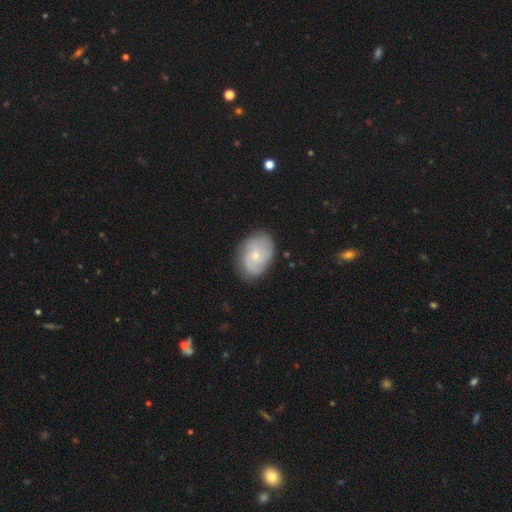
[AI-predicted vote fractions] smooth-or-featured: featured or disk: 63% | smooth: 31% | star or artifact: 6%
  disk-edge-on: no: 97% | yes: 3%
    bar: no: 77% | weak: 20% | strong: 3%
    has-spiral-arms: yes: 88% | no: 12%
      spiral-winding: tight: 50% | medium: 37% | loose: 14%
      spiral-arm-count: can't tell: 34% | 2: 27% | 3: 23% | 4: 7% | 1: 5% | more than 4: 4%
    bulge-size: small: 69% | moderate: 27% | none: 1% | large: 1% | dominant: 1%
  merging: none: 78% | minor disturbance: 17% | major disturbance: 4% | merger: 1%